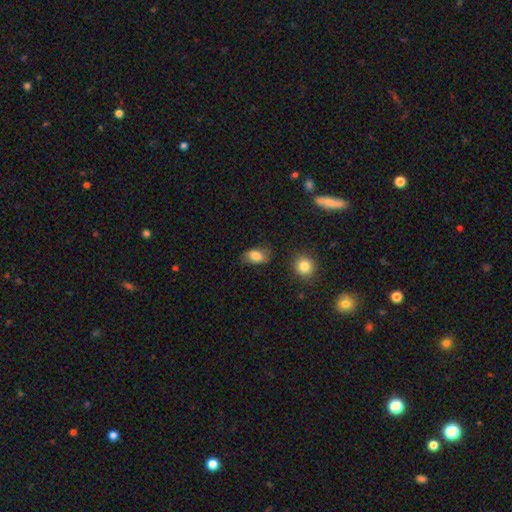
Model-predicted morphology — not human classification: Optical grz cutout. It shows a smooth galaxy with no disk features (78%) that is in between round and cigar-shaped (86%). Merging: none (67%).